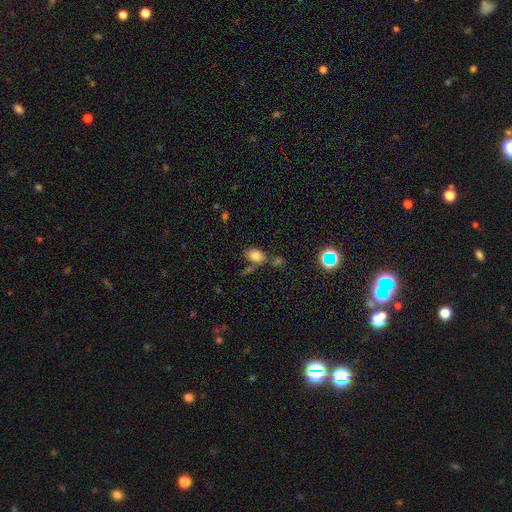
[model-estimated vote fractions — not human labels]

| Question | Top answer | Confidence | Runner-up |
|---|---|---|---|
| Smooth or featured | smooth | 79% | star or artifact (12%) |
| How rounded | in between | 77% | round (21%) |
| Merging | none | 60% | minor disturbance (18%) |